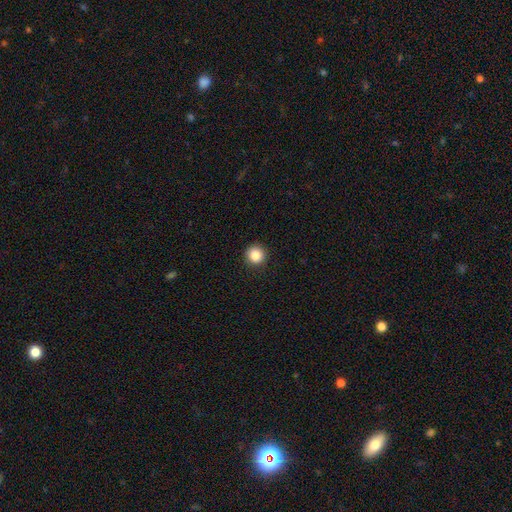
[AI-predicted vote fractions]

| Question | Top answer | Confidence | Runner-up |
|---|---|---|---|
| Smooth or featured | smooth | 87% | star or artifact (10%) |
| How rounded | round | 95% | in between (5%) |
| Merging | none | 92% | minor disturbance (6%) |